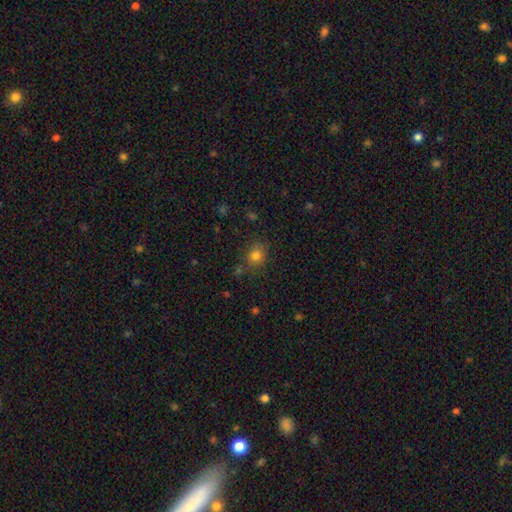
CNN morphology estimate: smooth-or-featured: smooth: 80% | star or artifact: 14% | featured or disk: 6%
  how-rounded: round: 72% | in between: 27% | cigar-shaped: 1%
  merging: none: 76% | minor disturbance: 15% | merger: 5% | major disturbance: 5%